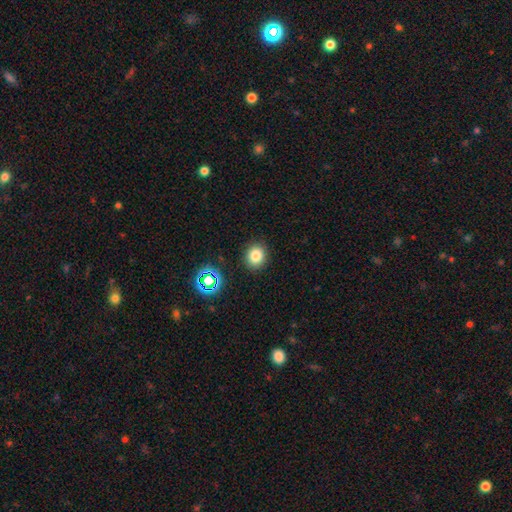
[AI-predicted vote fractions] Overall: smooth (79%). How rounded: round (78%). Merging: none (89%).